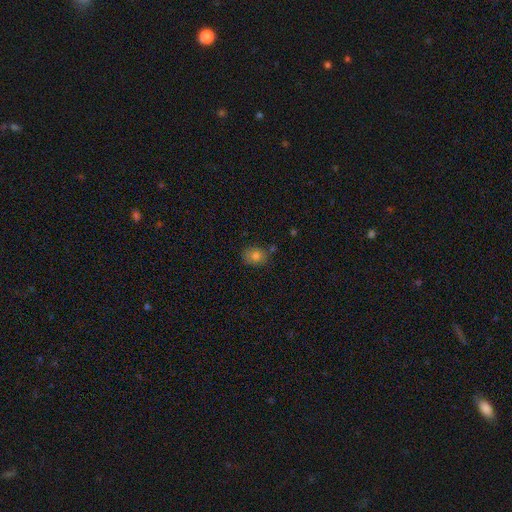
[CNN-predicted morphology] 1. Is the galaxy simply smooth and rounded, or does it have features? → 77% smooth, 12% star or artifact, 11% featured or disk.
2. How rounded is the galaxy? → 55% round, 44% in between, 1% cigar-shaped.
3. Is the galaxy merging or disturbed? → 76% none, 16% minor disturbance, 5% merger, 3% major disturbance.